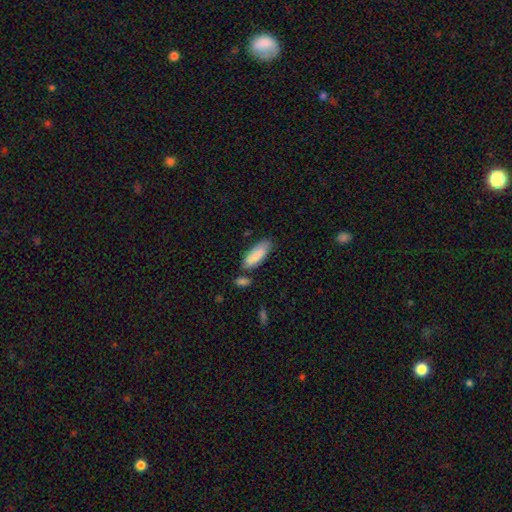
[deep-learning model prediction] A smooth galaxy with no disk features (87%) that is in between round and cigar-shaped (68%). Merging: none (68%).